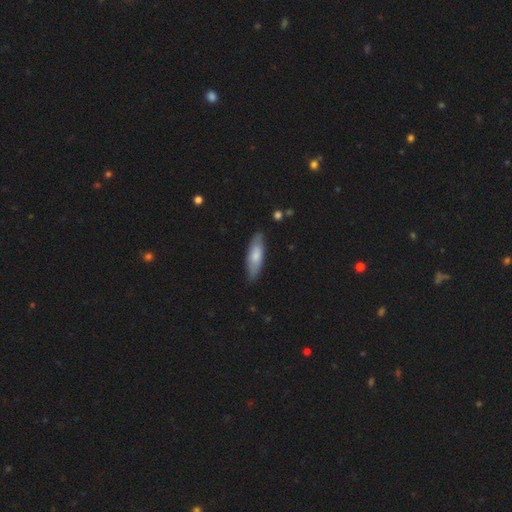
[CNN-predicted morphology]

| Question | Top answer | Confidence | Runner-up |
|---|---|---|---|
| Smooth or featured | smooth | 71% | featured or disk (23%) |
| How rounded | in between | 52% | cigar-shaped (46%) |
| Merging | none | 83% | minor disturbance (14%) |